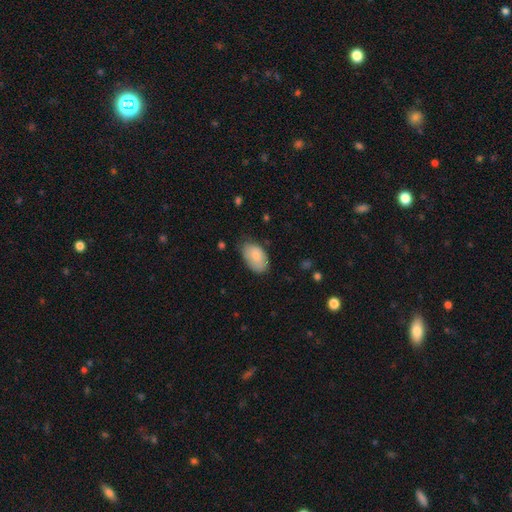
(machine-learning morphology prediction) type=smooth (80%); roundness=in between (93%); merging=none (67%).